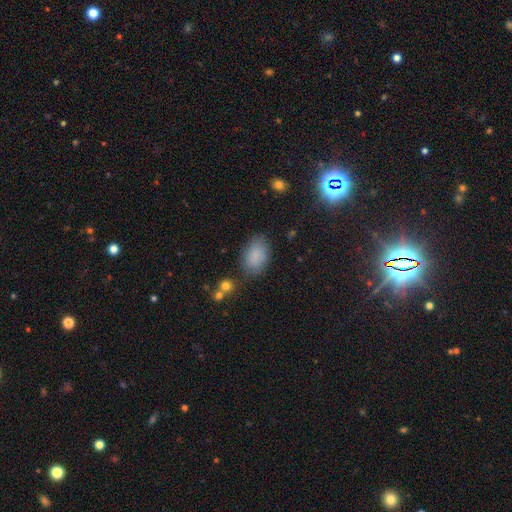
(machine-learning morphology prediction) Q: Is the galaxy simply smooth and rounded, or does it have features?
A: smooth — 83%.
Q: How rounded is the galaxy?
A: in between — 88%.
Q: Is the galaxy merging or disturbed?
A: none — 73%.